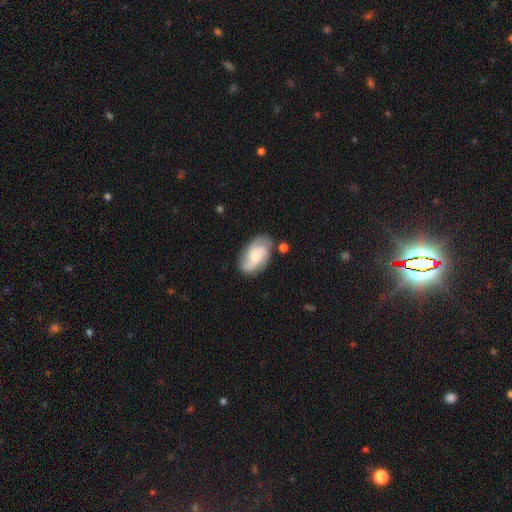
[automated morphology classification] This is likely a featured or disk galaxy (69%). It is clearly not viewed edge-on (97%). Bar: likely no (63%). Spiral arm pattern: clearly yes (95%). Spiral arm count: possibly 3 (58%). Spiral winding: possibly medium (48%). Central bulge: marginally moderate (37%). Merging: likely none (73%).